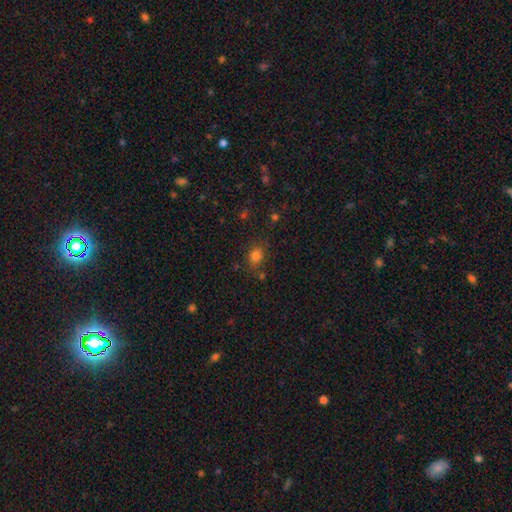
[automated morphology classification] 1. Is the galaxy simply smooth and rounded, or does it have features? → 79% smooth, 15% star or artifact, 6% featured or disk.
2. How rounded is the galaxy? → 58% round, 40% in between, 1% cigar-shaped.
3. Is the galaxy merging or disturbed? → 76% none, 14% minor disturbance, 5% merger, 5% major disturbance.